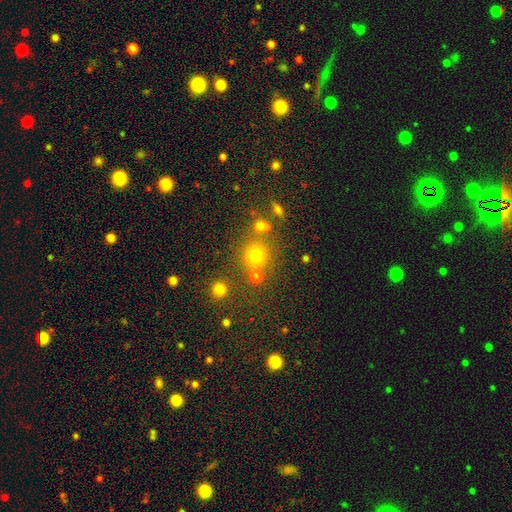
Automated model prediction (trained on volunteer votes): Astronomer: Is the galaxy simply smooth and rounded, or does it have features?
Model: smooth — 74%.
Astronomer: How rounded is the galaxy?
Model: round — 89%.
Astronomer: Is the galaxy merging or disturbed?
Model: none — 70%.